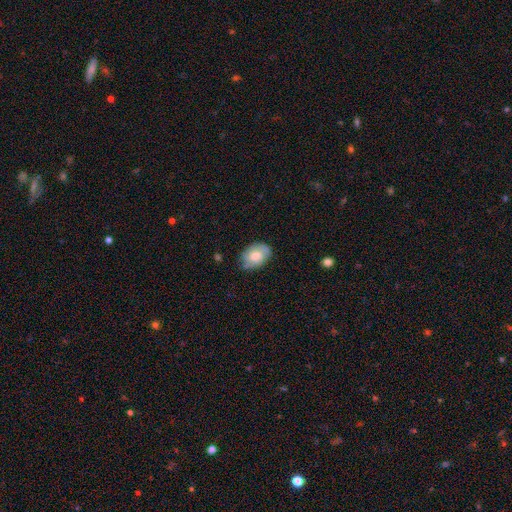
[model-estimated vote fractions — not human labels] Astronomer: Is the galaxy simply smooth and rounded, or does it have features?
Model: smooth — 50% (runner-up: featured or disk, 43%).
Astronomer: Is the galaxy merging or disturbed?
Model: none — 69%.